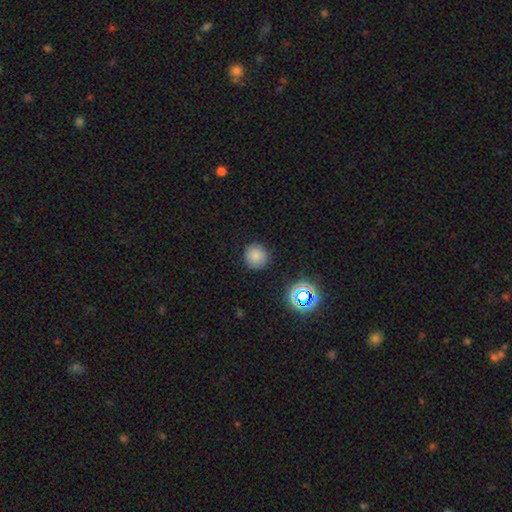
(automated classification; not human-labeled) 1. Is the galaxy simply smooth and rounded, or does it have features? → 79% smooth, 15% star or artifact, 6% featured or disk.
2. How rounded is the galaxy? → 95% round, 4% in between, 1% cigar-shaped.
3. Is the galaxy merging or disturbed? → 90% none, 7% minor disturbance, 2% major disturbance, 1% merger.